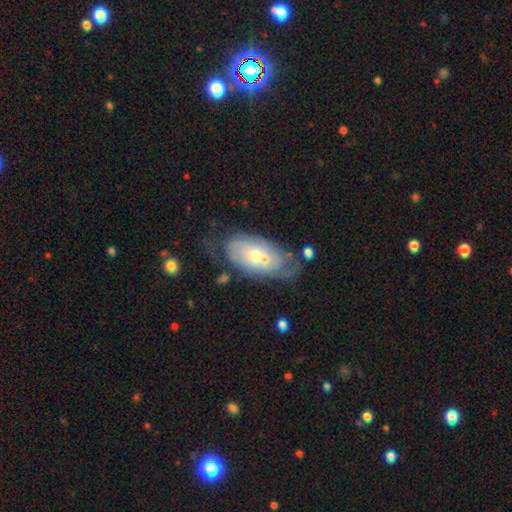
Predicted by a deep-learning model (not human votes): The model was most divided on "bulge size": moderate: 50%, small: 45%, large: 3%, none: 1%, dominant: 1%. Remaining: edge-on disk — no (93%); bar — no (84%); smooth or featured — featured or disk (62%); spiral arms — yes (58%); merging — none (40%).